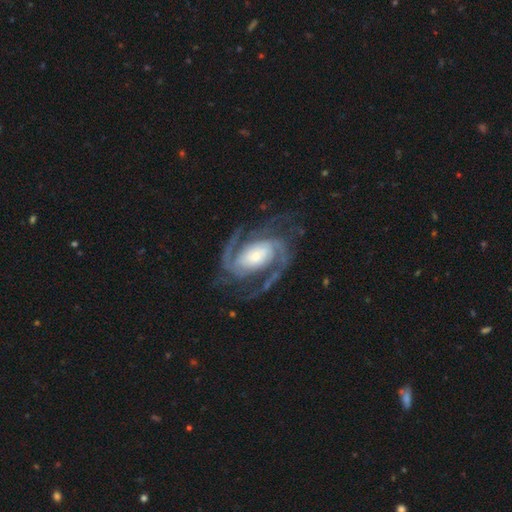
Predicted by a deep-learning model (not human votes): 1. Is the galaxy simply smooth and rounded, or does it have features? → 92% featured or disk, 4% star or artifact, 3% smooth.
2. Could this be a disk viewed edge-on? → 98% no, 2% yes.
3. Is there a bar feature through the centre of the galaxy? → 41% no, 31% weak, 28% strong.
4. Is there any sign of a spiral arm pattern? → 98% yes, 2% no.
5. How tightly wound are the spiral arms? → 52% medium, 38% tight, 10% loose.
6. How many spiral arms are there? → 72% 2, 13% 3, 5% can't tell, 4% 4, 3% 1, 3% more than 4.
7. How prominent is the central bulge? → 39% small, 30% moderate, 23% large, 4% none, 4% dominant.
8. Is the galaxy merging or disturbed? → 74% none, 14% minor disturbance, 11% major disturbance, 1% merger.